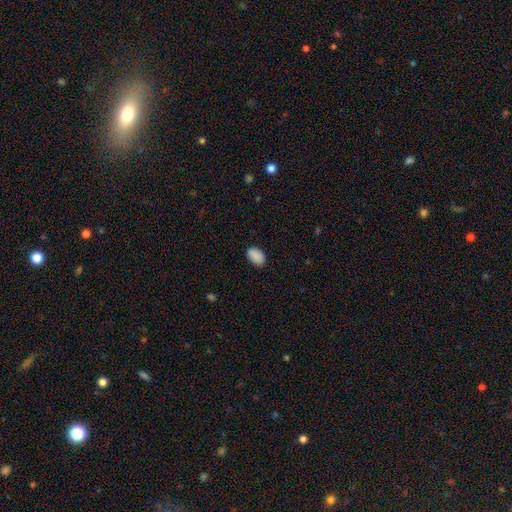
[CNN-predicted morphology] smooth_or_featured: smooth (p=0.90) [alt: star or artifact p=0.07]
how_rounded: in between (p=0.91) [alt: round p=0.08]
merging: none (p=0.86) [alt: minor disturbance p=0.11]